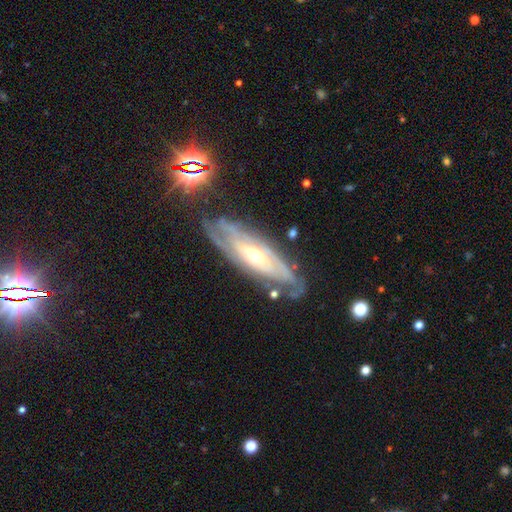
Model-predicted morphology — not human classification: Overall: featured or disk (82%). Edge-on disk: no (78%). Bar: no (57%; weak 30%). Spiral arms: yes (87%). Spiral arm count: can't tell (56%; 2 21%). Spiral winding: tight (69%). Bulge size: moderate (61%; small 33%). Merging: none (74%).